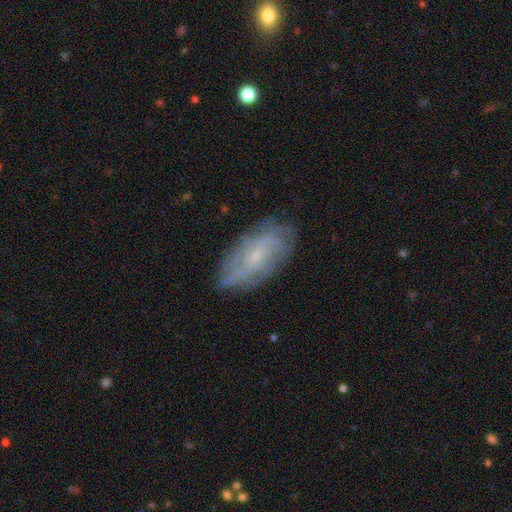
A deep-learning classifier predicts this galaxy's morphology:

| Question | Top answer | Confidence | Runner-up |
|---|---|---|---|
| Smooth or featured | featured or disk | 69% | smooth (23%) |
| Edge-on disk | no | 92% | yes (8%) |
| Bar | no | 66% | weak (29%) |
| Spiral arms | yes | 86% | no (14%) |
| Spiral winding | tight | 49% | medium (35%) |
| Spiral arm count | can't tell | 51% | 2 (18%) |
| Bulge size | small | 76% | moderate (17%) |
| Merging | none | 76% | minor disturbance (18%) |